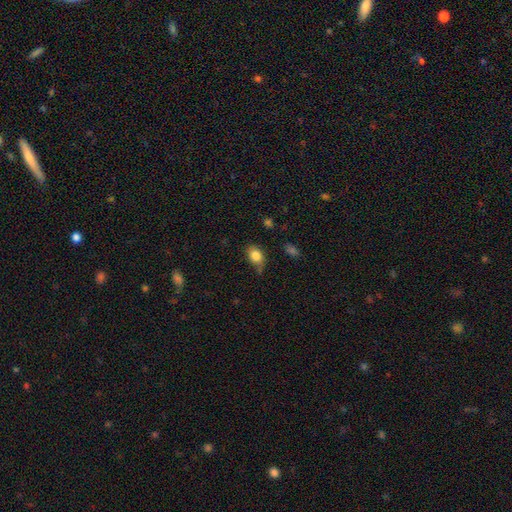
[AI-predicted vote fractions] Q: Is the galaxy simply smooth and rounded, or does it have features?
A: smooth — 83%.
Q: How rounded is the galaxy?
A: in between — 70%.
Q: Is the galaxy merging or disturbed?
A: none — 62%.